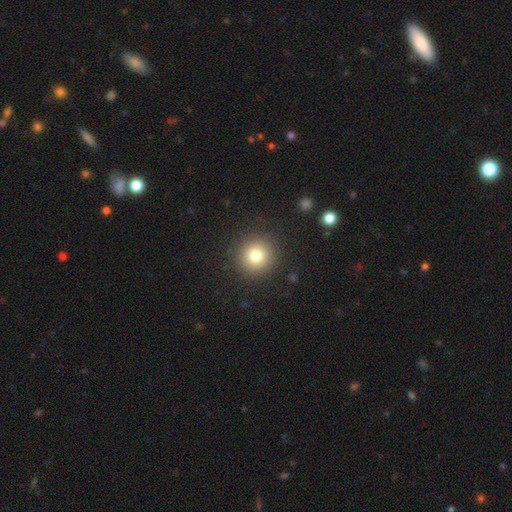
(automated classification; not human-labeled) The model was most divided on "smooth or featured": smooth: 78%, star or artifact: 13%, featured or disk: 9%. More confident: how rounded — round (95%); merging — none (90%).